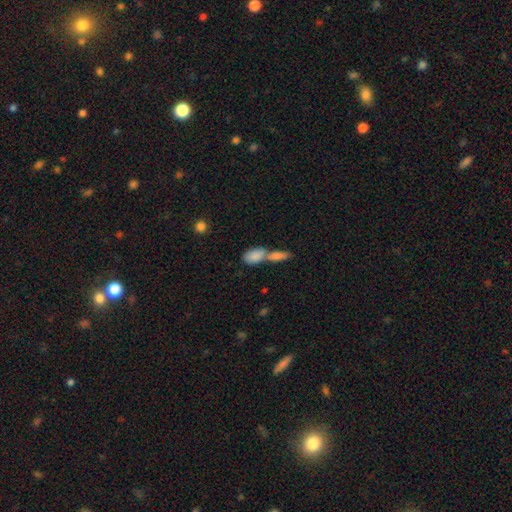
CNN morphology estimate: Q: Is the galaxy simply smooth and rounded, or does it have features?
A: smooth — 82%.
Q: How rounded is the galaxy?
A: in between — 86%.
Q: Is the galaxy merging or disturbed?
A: merger — 66%.